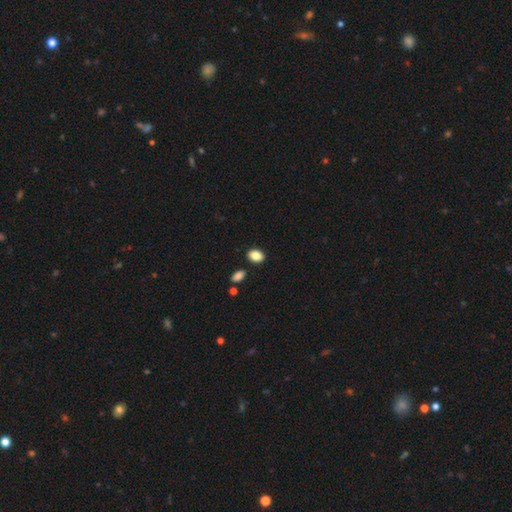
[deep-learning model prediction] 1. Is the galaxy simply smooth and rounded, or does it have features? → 87% smooth, 8% star or artifact, 5% featured or disk.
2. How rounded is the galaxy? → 77% in between, 22% round, 1% cigar-shaped.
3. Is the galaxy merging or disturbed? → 86% none, 8% minor disturbance, 4% merger, 2% major disturbance.